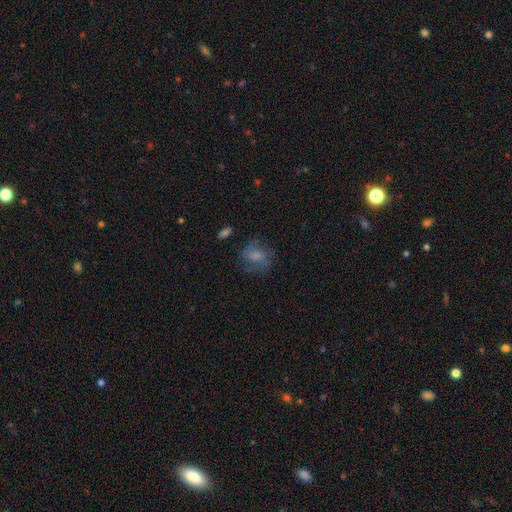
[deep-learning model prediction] Smooth or featured: smooth — 60% (featured or disk — 28%)
How rounded: round — 53% (in between — 45%)
Merging: none — 61% (minor disturbance — 22%)